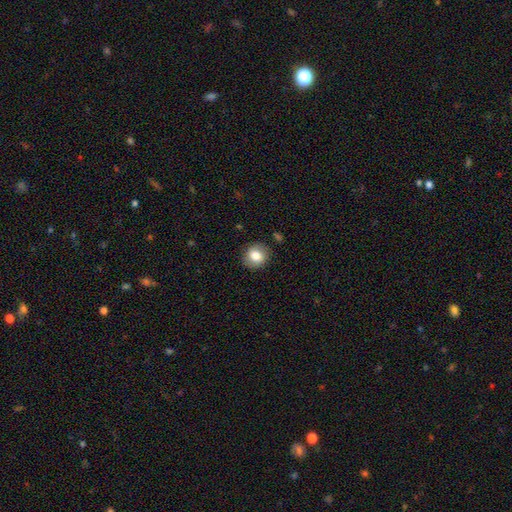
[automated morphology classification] type=smooth (78%); roundness=round (80%); merging=none (86%).